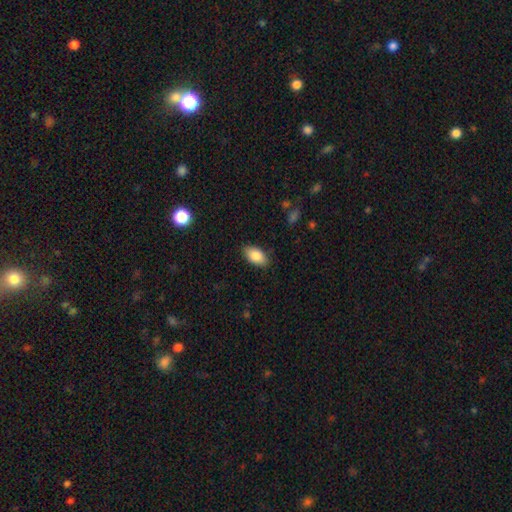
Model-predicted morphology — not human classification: Smooth or featured?
  - smooth: 86% *
  - featured or disk: 7%
  - star or artifact: 7%
How rounded?
  - in between: 93% *
  - round: 4%
  - cigar-shaped: 3%
Merging?
  - none: 86% *
  - minor disturbance: 11%
  - major disturbance: 2%
  - merger: 1%